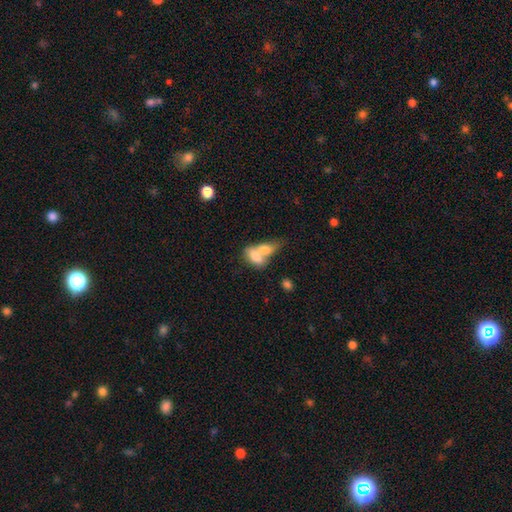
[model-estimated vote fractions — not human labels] Smooth or featured? Predicted: smooth (p=0.72). How rounded? Predicted: in between (p=0.82). Merging? Predicted: merger (p=0.71).